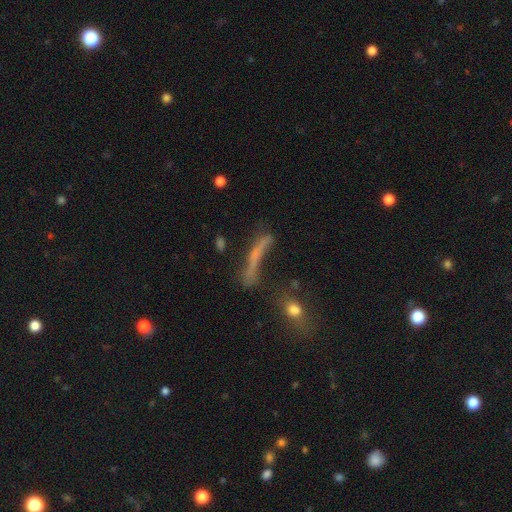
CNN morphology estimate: smooth_or_featured: smooth (p=0.46) [alt: featured or disk p=0.38]
merging: none (p=0.45) [alt: major disturbance p=0.22]